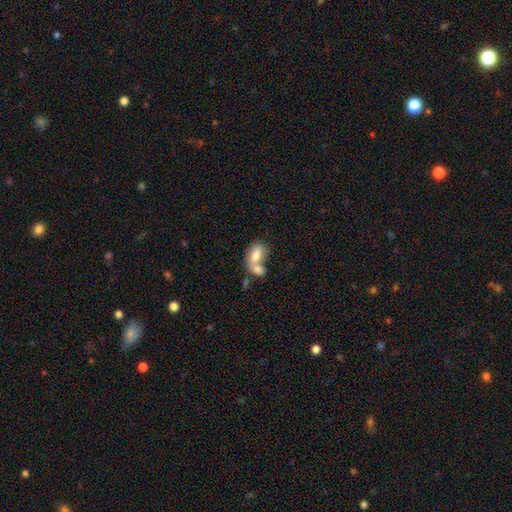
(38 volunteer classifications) Morphology: type=smooth (79%); roundness=in between (87%); merging=merger (70%).